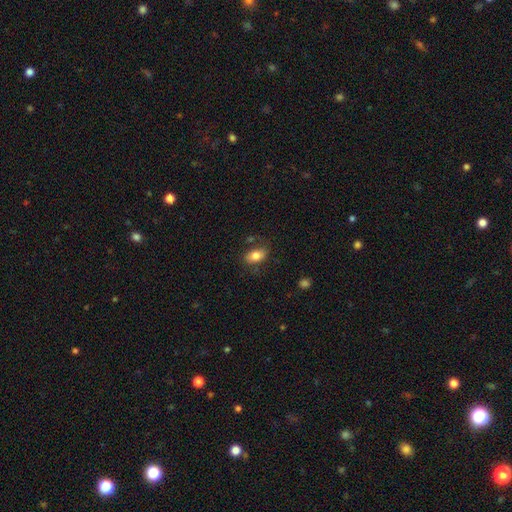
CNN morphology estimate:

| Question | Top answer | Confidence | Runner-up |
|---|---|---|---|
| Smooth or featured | smooth | 80% | featured or disk (12%) |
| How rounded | in between | 87% | round (12%) |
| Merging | none | 76% | minor disturbance (16%) |